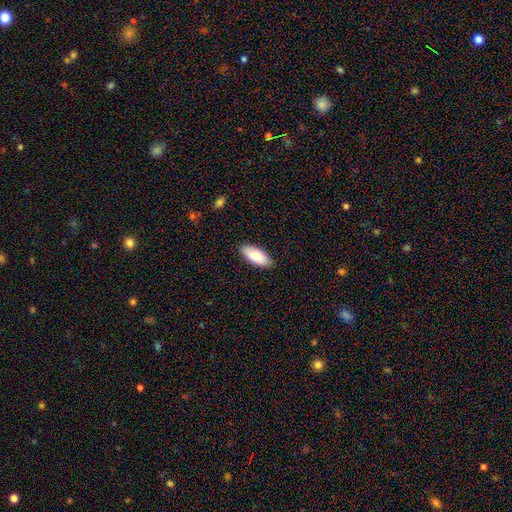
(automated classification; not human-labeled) Smooth or featured? smooth (77%)
How rounded? in between (82%)
Merging? none (89%)